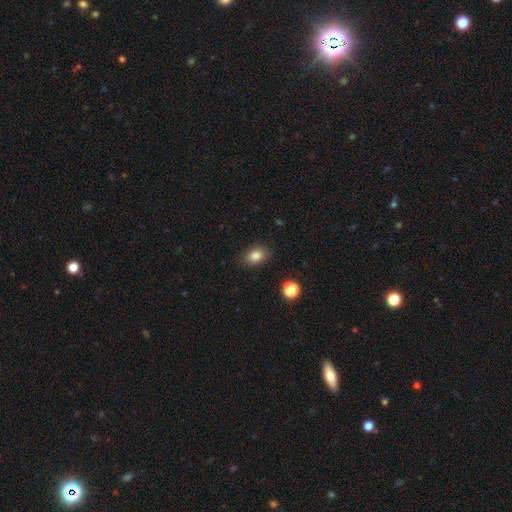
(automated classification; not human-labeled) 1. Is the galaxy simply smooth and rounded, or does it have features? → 84% smooth, 10% star or artifact, 6% featured or disk.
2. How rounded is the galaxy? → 78% in between, 21% round, 1% cigar-shaped.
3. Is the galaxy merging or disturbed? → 87% none, 9% minor disturbance, 3% major disturbance, 1% merger.